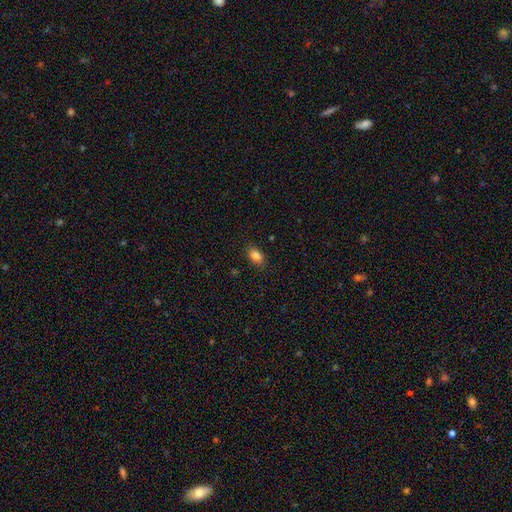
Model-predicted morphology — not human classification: This is clearly a smooth galaxy (85%). How rounded: clearly in between (84%). Merging: clearly none (86%).